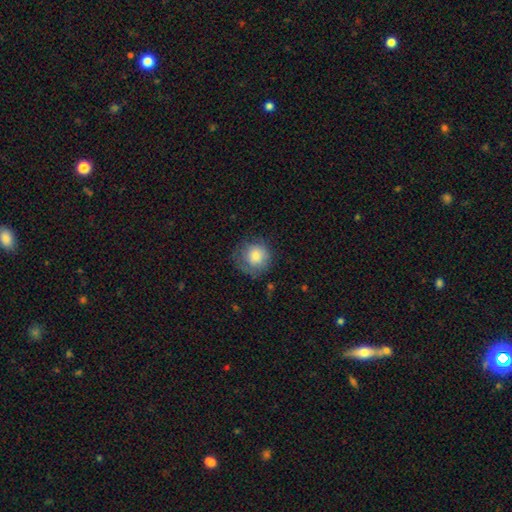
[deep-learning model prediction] Smooth or featured?
  - smooth: 78% *
  - featured or disk: 14%
  - star or artifact: 8%
How rounded?
  - round: 90% *
  - in between: 9%
  - cigar-shaped: 1%
Merging?
  - none: 63% *
  - minor disturbance: 24%
  - major disturbance: 12%
  - merger: 2%